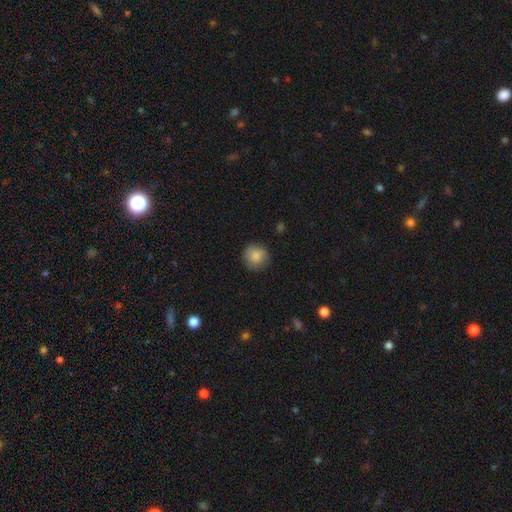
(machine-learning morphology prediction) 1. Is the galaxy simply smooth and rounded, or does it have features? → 87% smooth, 9% star or artifact, 5% featured or disk.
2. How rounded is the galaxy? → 92% round, 7% in between, 1% cigar-shaped.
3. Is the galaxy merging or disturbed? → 86% none, 10% minor disturbance, 3% major disturbance, 1% merger.